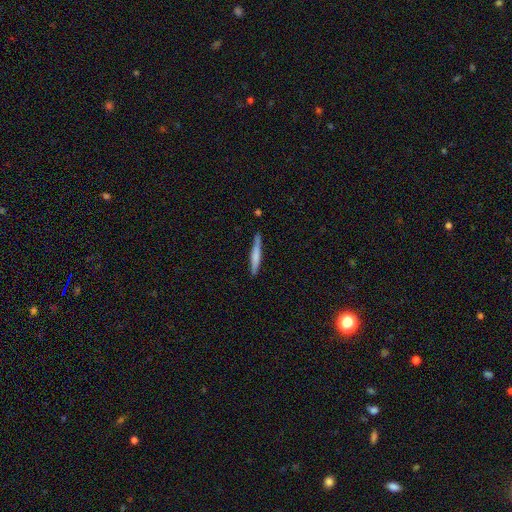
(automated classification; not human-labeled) A smooth galaxy with no disk features (62%) that is cigar-shaped (95%).

Vote fractions:
- Smooth or featured? smooth: 62% / featured or disk: 32% / star or artifact: 5%
- How rounded? cigar-shaped: 95% / in between: 4% / round: 1%
- Merging? none: 86% / minor disturbance: 11% / major disturbance: 2% / merger: 2%